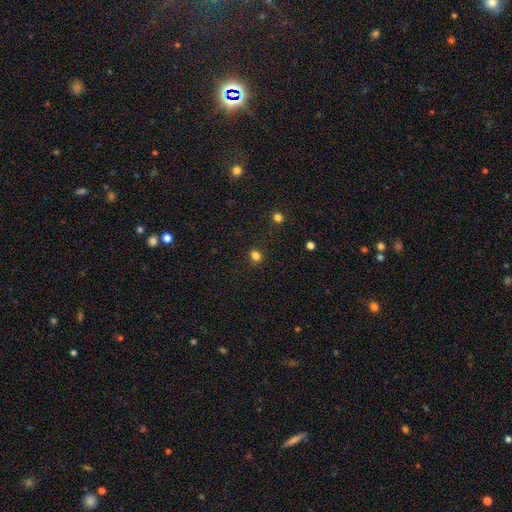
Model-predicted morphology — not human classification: The model was most divided on "how rounded": round: 66%, in between: 32%, cigar-shaped: 1%. More confident: merging — none (83%); smooth or featured — smooth (79%).